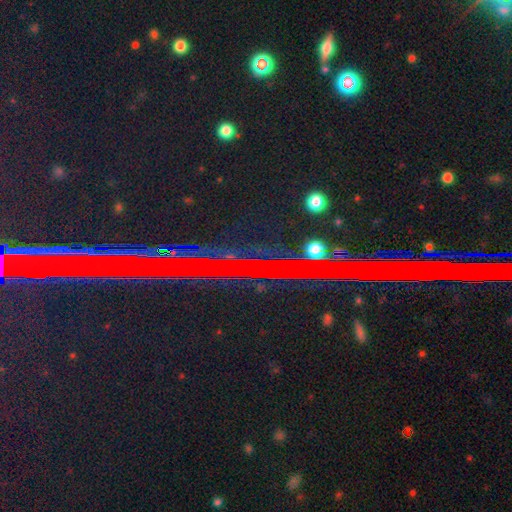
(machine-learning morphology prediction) A star or artifact, not a galaxy (81%).